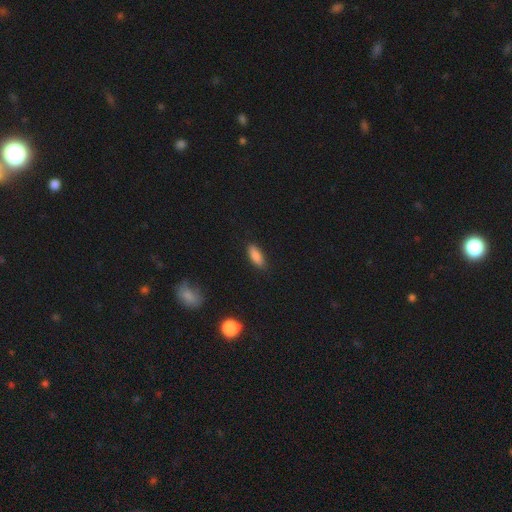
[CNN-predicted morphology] The model was most divided on "how rounded": in between: 71%, cigar-shaped: 27%, round: 2%. More confident: smooth or featured — smooth (86%); merging — none (84%).